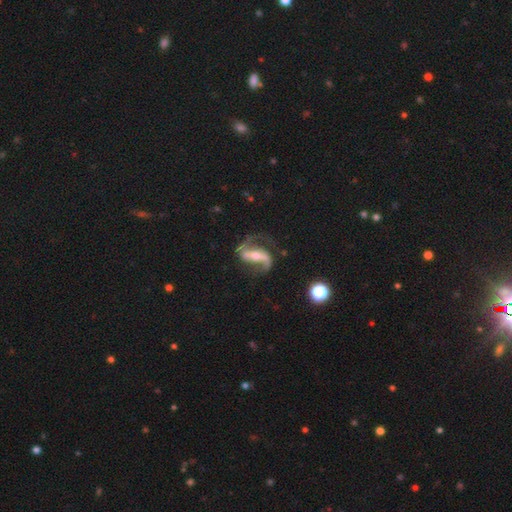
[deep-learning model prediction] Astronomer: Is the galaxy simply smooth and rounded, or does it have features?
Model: featured or disk — 88%.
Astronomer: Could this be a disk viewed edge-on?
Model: no — 95%.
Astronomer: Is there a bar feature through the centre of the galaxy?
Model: strong — 61%.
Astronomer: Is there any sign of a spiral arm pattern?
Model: yes — 95%.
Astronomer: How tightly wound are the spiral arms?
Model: medium — 45% (runner-up: loose, 42%).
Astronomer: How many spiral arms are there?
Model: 2 — 89%.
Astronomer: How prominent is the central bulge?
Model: moderate — 48% (runner-up: small, 45%).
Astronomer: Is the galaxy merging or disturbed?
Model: none — 67%.